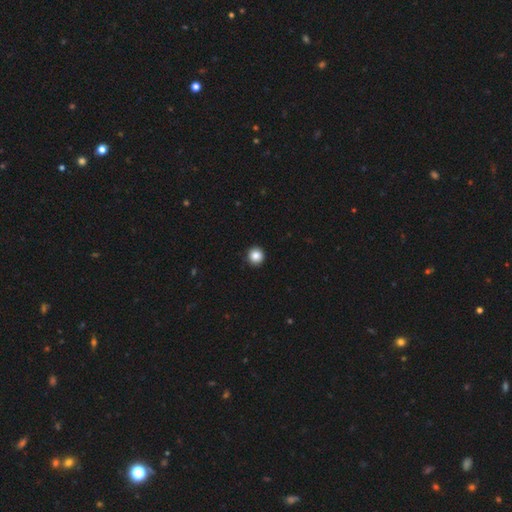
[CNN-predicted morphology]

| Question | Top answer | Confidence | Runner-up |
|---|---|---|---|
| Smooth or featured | smooth | 86% | star or artifact (10%) |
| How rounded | round | 95% | in between (4%) |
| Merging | none | 93% | minor disturbance (4%) |